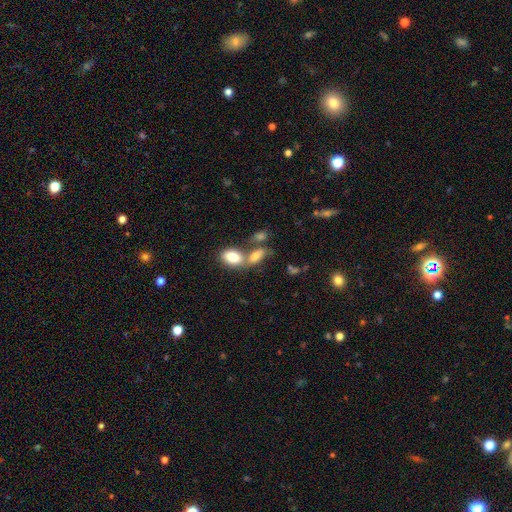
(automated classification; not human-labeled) A smooth galaxy with no disk features (76%) that is in between round and cigar-shaped (86%).

Vote fractions:
- Smooth or featured? smooth: 76% / featured or disk: 15% / star or artifact: 9%
- How rounded? in between: 86% / round: 7% / cigar-shaped: 7%
- Merging? merger: 48% / none: 35% / minor disturbance: 11% / major disturbance: 6%